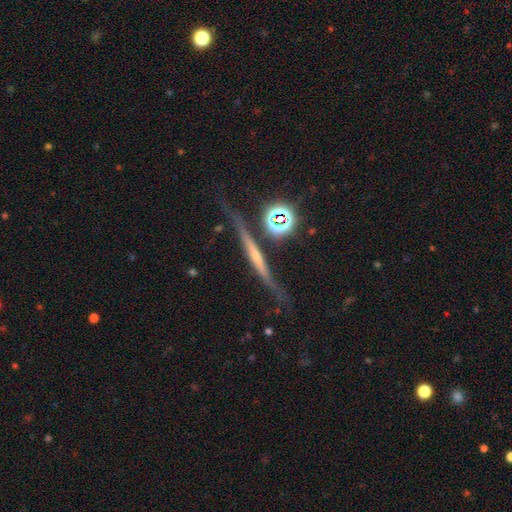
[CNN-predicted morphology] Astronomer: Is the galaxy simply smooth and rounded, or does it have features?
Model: featured or disk — 66%.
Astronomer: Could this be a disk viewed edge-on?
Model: yes — 94%.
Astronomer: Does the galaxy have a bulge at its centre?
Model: none — 46% (runner-up: rounded, 43%).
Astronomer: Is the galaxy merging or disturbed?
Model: none — 76%.